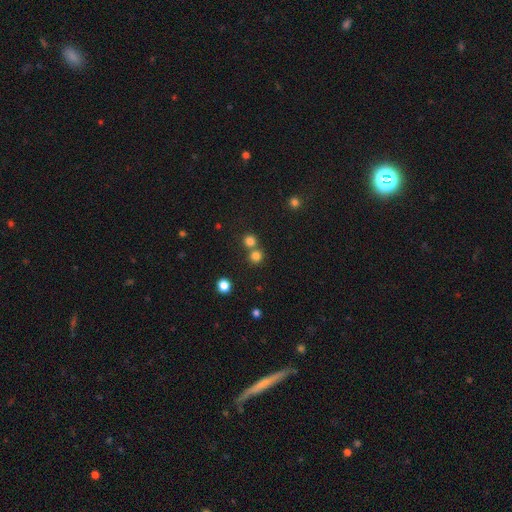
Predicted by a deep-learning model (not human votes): Q: Smooth or featured?
A: smooth (78%); runner-up: star or artifact (16%)
Q: How rounded?
A: round (92%); runner-up: in between (7%)
Q: Merging?
A: none (63%); runner-up: merger (29%)